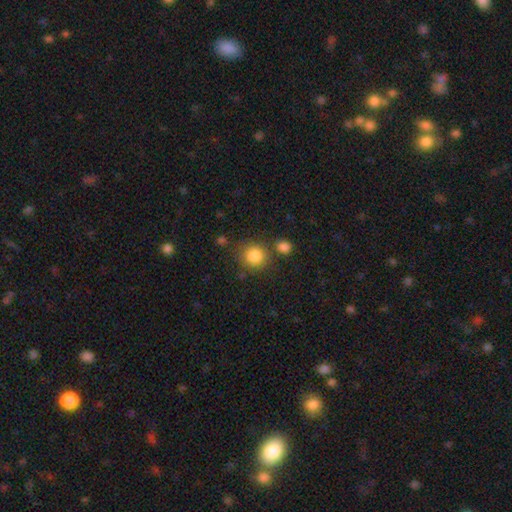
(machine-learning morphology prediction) smooth-or-featured: smooth: 85% | star or artifact: 10% | featured or disk: 5%
  how-rounded: round: 87% | in between: 12% | cigar-shaped: 1%
  merging: none: 75% | minor disturbance: 11% | merger: 10% | major disturbance: 4%